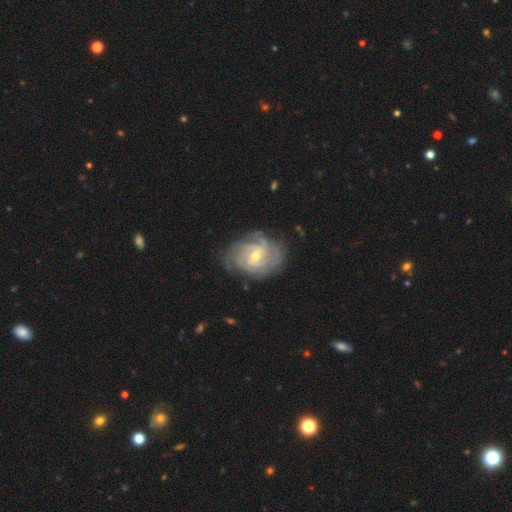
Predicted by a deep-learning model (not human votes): Q: Smooth or featured?
A: featured or disk (87%); runner-up: smooth (8%)
Q: Edge-on disk?
A: no (97%); runner-up: yes (3%)
Q: Bar?
A: weak (48%); runner-up: no (40%)
Q: Spiral arms?
A: yes (96%); runner-up: no (4%)
Q: Spiral winding?
A: tight (63%); runner-up: medium (30%)
Q: Spiral arm count?
A: can't tell (30%); runner-up: 3 (20%)
Q: Bulge size?
A: small (52%); runner-up: moderate (45%)
Q: Merging?
A: none (73%); runner-up: minor disturbance (18%)